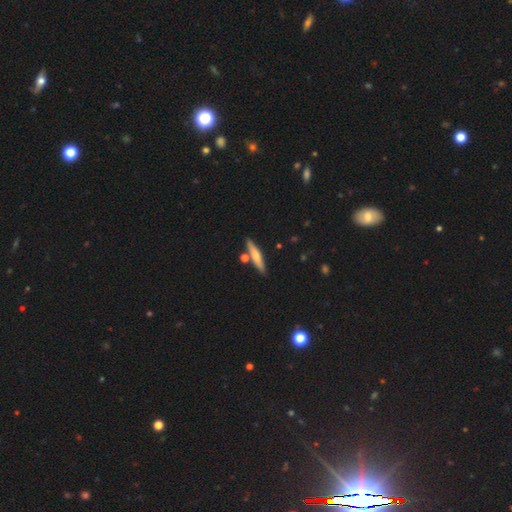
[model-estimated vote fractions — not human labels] Smooth or featured? Predicted: smooth (p=0.59). How rounded? Predicted: cigar-shaped (p=0.88). Merging? Predicted: none (p=0.79).